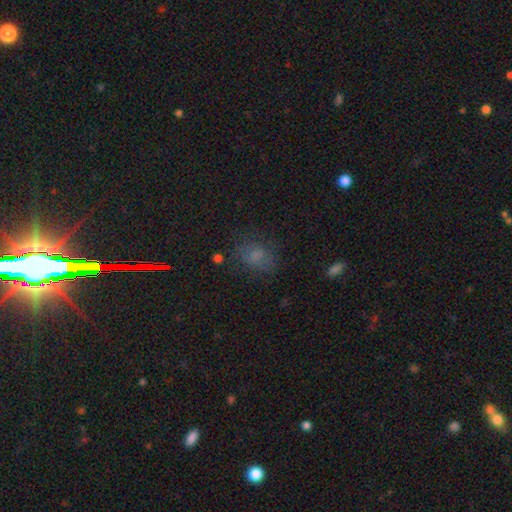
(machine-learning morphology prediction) This is likely a smooth galaxy (66%). How rounded: possibly in between (55%). Merging: likely none (68%).